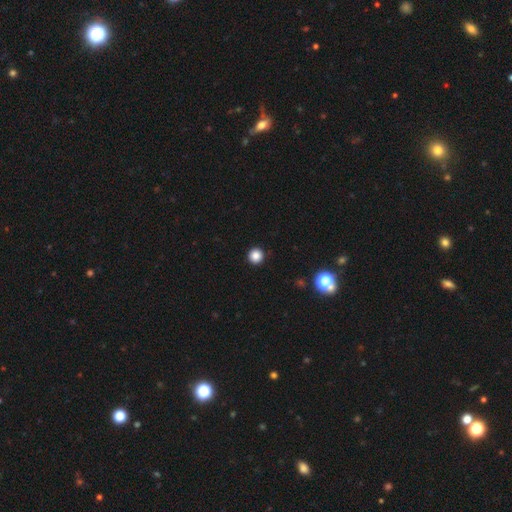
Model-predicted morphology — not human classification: A smooth galaxy with no disk features (85%) that is round (96%).

Vote fractions:
- Smooth or featured? smooth: 85% / star or artifact: 11% / featured or disk: 3%
- How rounded? round: 96% / in between: 3% / cigar-shaped: 1%
- Merging? none: 94% / minor disturbance: 4% / major disturbance: 1% / merger: 1%